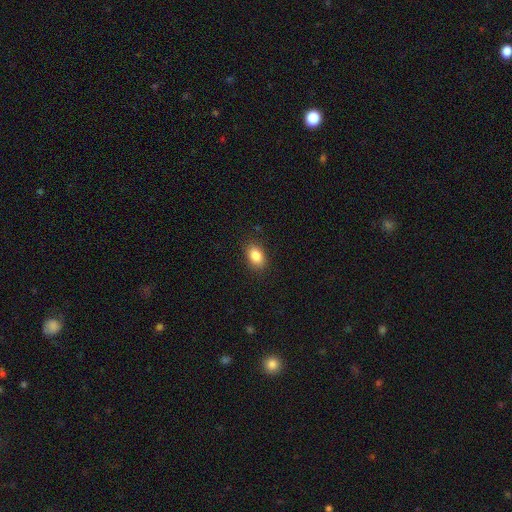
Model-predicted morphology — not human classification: Smooth or featured?
  - smooth: 86% *
  - star or artifact: 8%
  - featured or disk: 5%
How rounded?
  - in between: 85% *
  - round: 13%
  - cigar-shaped: 2%
Merging?
  - none: 86% *
  - minor disturbance: 11%
  - major disturbance: 3%
  - merger: 1%